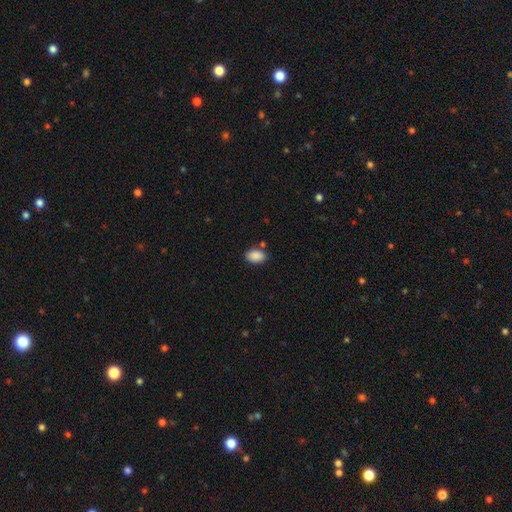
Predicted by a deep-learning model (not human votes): Overall: smooth (89%). How rounded: in between (86%). Merging: none (79%).